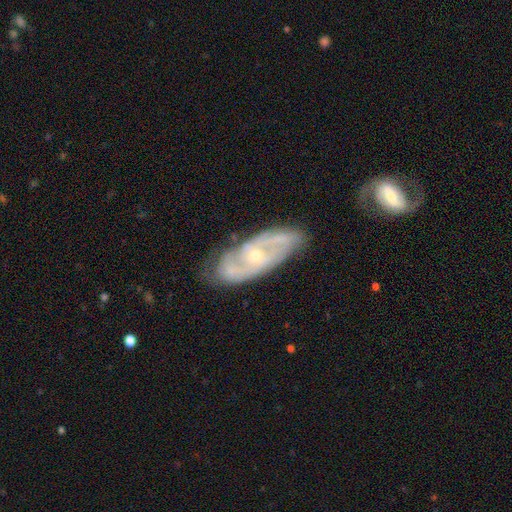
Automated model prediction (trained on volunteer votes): Smooth or featured: featured or disk — 84% (smooth — 11%)
Edge-on disk: no — 91% (yes — 9%)
Bar: no — 67% (weak — 27%)
Spiral arms: yes — 93% (no — 7%)
Spiral winding: tight — 50% (medium — 40%)
Spiral arm count: 2 — 52% (can't tell — 23%)
Bulge size: small — 66% (moderate — 30%)
Merging: none — 74% (minor disturbance — 19%)